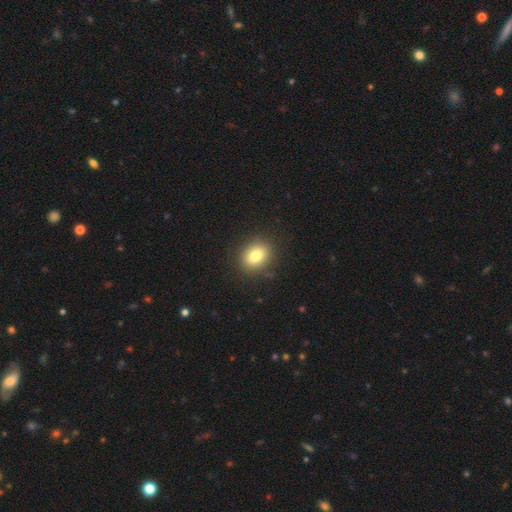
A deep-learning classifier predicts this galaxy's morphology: This is clearly a smooth galaxy (81%). How rounded: possibly in between (54%). Merging: clearly none (86%).